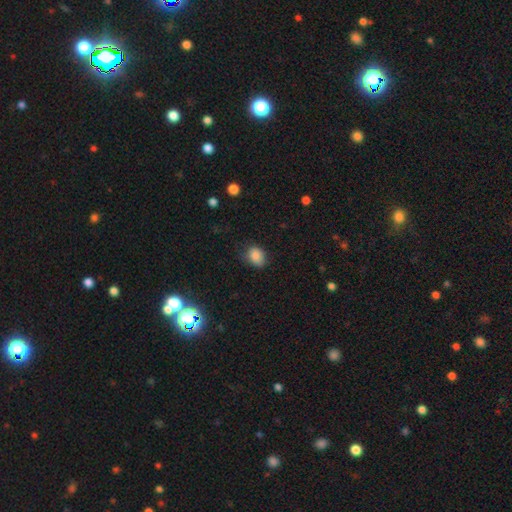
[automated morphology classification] smooth 84%, star or artifact 10%, featured or disk 5%. Down the decision tree: how rounded — in between (60%); merging — none (65%).